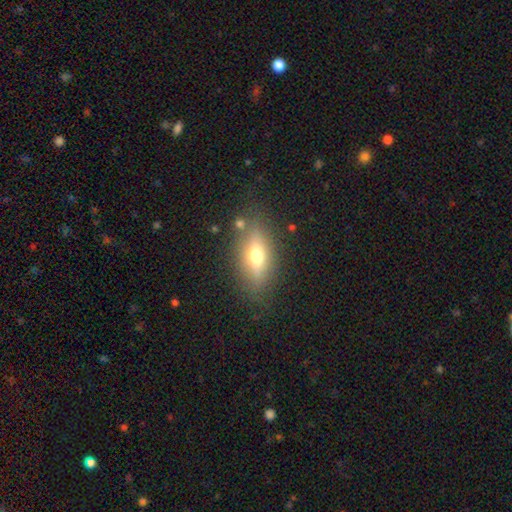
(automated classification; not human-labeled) Smooth or featured? Predicted: smooth (p=0.50). Merging? Predicted: none (p=0.80).